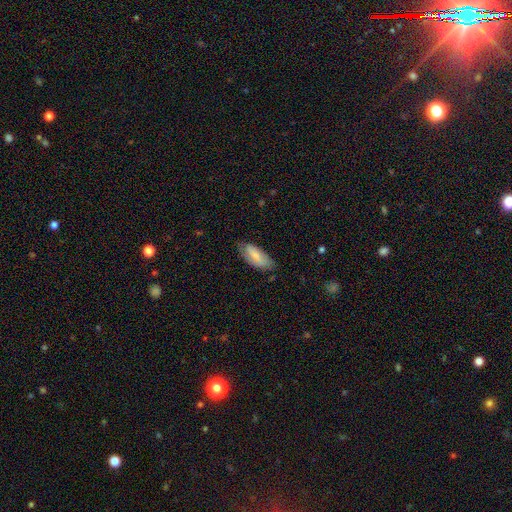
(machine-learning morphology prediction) Q: Smooth or featured?
A: smooth (66%); runner-up: featured or disk (28%)
Q: How rounded?
A: in between (85%); runner-up: cigar-shaped (13%)
Q: Merging?
A: none (67%); runner-up: minor disturbance (26%)